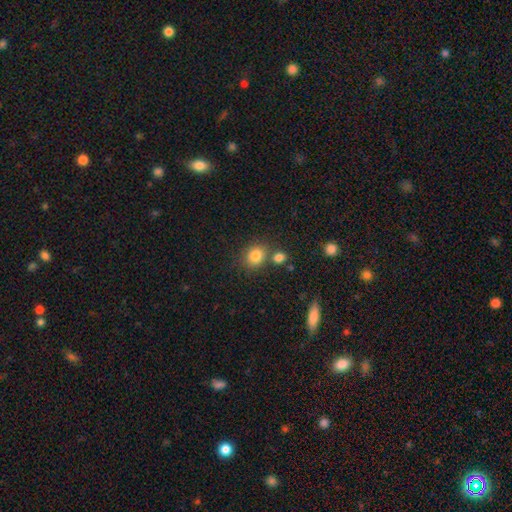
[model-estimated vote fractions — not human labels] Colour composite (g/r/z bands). It shows a smooth galaxy with no disk features (82%) that is round (70%). Merging: none (66%).